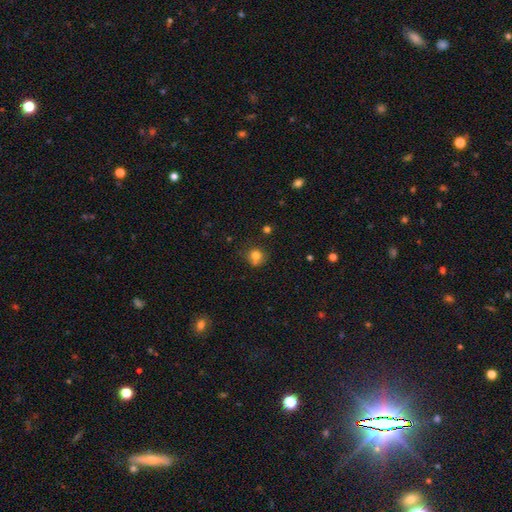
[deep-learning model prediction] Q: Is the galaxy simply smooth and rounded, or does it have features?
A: smooth — 78%.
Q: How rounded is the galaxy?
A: round — 83%.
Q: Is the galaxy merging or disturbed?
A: none — 67%.